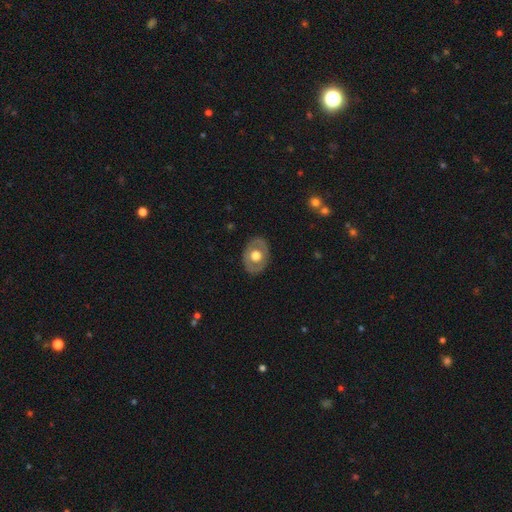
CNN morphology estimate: Smooth or featured: featured or disk — 49% (smooth — 46%)
Merging: none — 84% (minor disturbance — 12%)